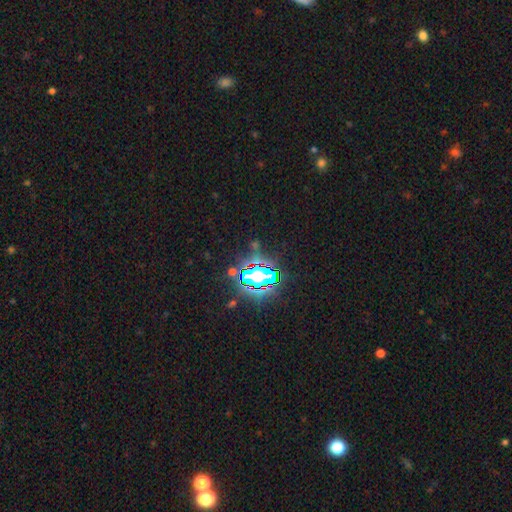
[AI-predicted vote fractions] Smooth or featured? Predicted: star or artifact (p=0.84).